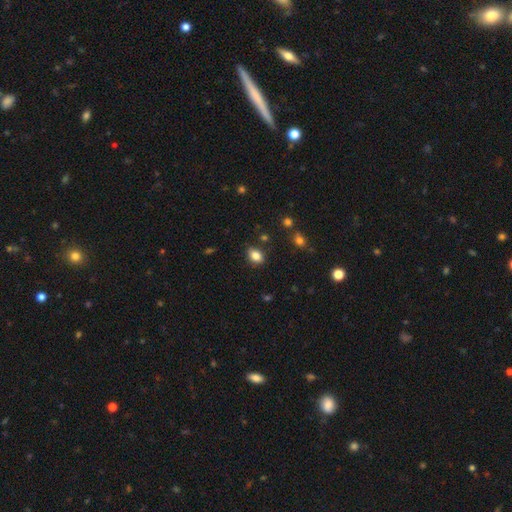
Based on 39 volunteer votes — Morphology: type=smooth (97%); roundness=in between (74%); merging=none (76%).